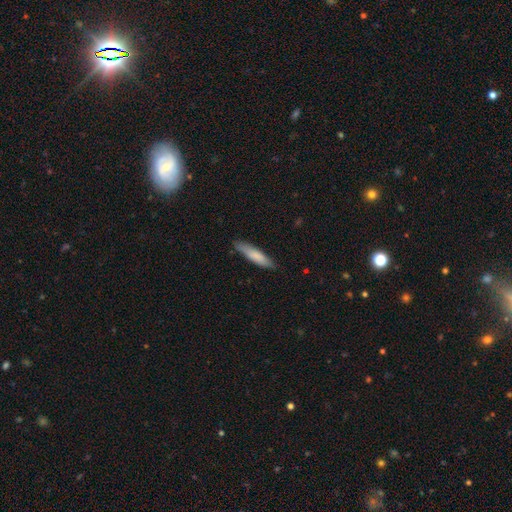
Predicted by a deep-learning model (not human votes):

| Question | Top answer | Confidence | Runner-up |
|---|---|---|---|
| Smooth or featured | smooth | 78% | featured or disk (17%) |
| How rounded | cigar-shaped | 82% | in between (17%) |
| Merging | none | 82% | minor disturbance (15%) |